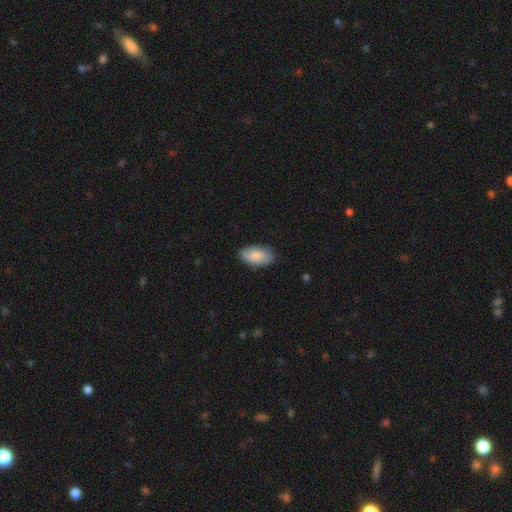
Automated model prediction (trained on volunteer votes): Smooth or featured: smooth — 84% (featured or disk — 11%)
How rounded: in between — 95% (round — 3%)
Merging: none — 81% (minor disturbance — 15%)